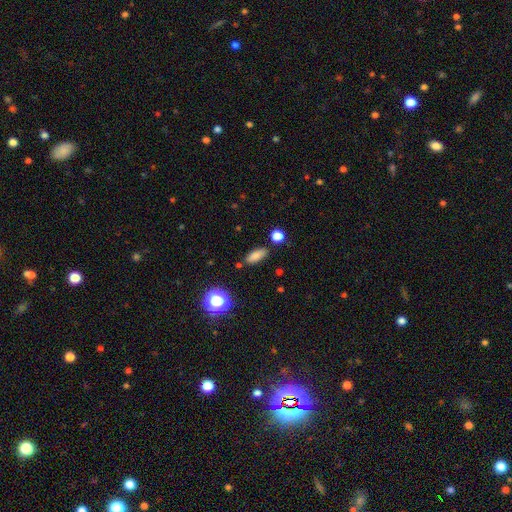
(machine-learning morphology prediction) A smooth galaxy with no disk features (80%) that is in between round and cigar-shaped (68%). Merging: none (82%).